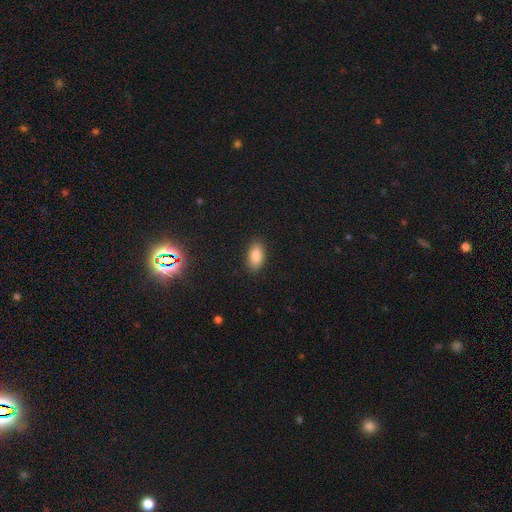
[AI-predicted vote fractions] Smooth or featured?
  - smooth: 87% *
  - star or artifact: 8%
  - featured or disk: 5%
How rounded?
  - in between: 92% *
  - cigar-shaped: 4%
  - round: 4%
Merging?
  - none: 88% *
  - minor disturbance: 8%
  - major disturbance: 2%
  - merger: 1%